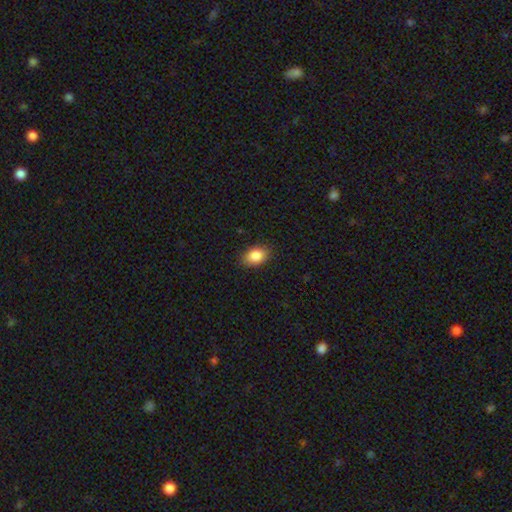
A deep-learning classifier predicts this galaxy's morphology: This is clearly a smooth galaxy (87%). How rounded: clearly in between (80%). Merging: clearly none (86%).